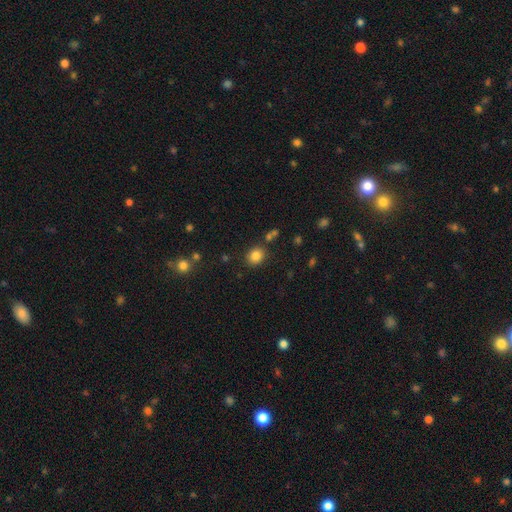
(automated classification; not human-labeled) smooth-or-featured: smooth: 83% | star or artifact: 11% | featured or disk: 5%
  how-rounded: round: 70% | in between: 29% | cigar-shaped: 1%
  merging: none: 82% | minor disturbance: 10% | merger: 5% | major disturbance: 3%